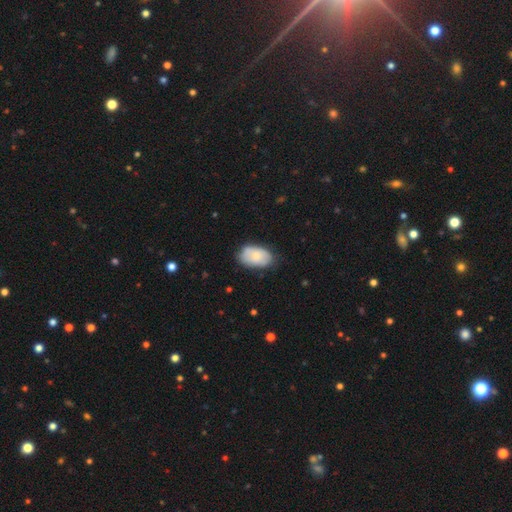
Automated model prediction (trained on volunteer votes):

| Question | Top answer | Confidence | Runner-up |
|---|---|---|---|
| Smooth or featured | smooth | 71% | featured or disk (23%) |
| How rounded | in between | 91% | round (8%) |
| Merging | none | 68% | minor disturbance (25%) |